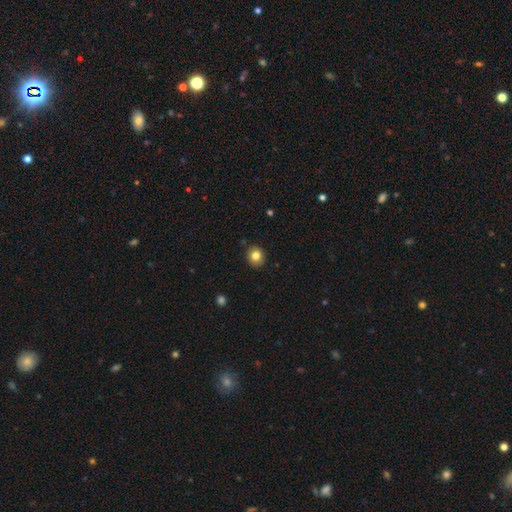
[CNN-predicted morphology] smooth_or_featured: smooth (p=0.81) [alt: star or artifact p=0.11]
how_rounded: round (p=0.78) [alt: in between p=0.22]
merging: none (p=0.89) [alt: minor disturbance p=0.08]